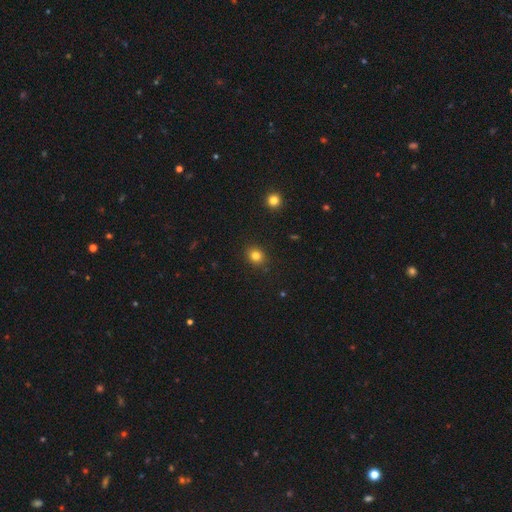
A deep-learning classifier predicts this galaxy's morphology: A smooth galaxy with no disk features (81%) that is round (66%). Merging: none (89%).